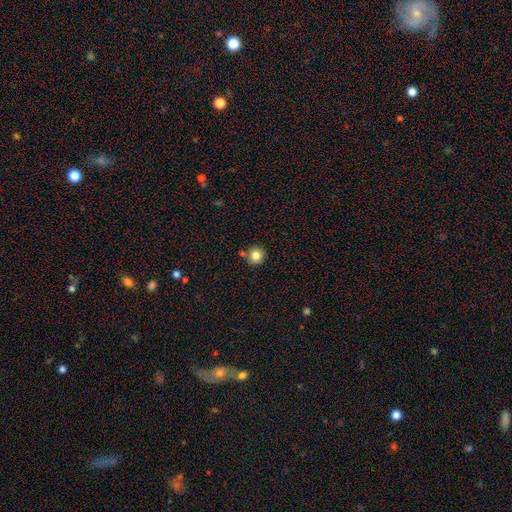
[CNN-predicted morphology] Q: Smooth or featured?
A: smooth (83%); runner-up: star or artifact (11%)
Q: How rounded?
A: round (94%); runner-up: in between (5%)
Q: Merging?
A: none (81%); runner-up: merger (9%)